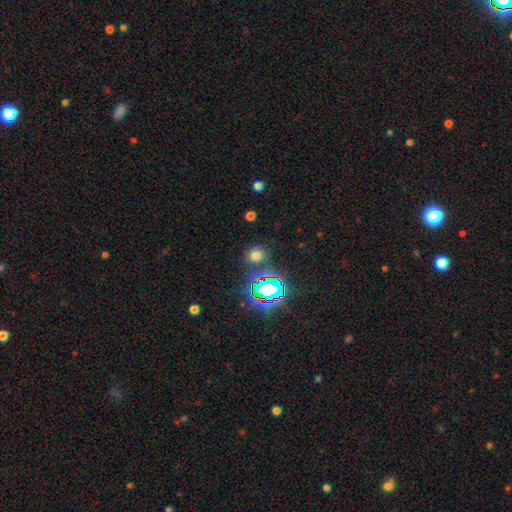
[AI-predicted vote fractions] A smooth galaxy with no disk features (63%) that is round (77%).

Vote fractions:
- Smooth or featured? smooth: 63% / star or artifact: 30% / featured or disk: 7%
- How rounded? round: 77% / in between: 22% / cigar-shaped: 1%
- Merging? none: 82% / minor disturbance: 9% / merger: 5% / major disturbance: 4%